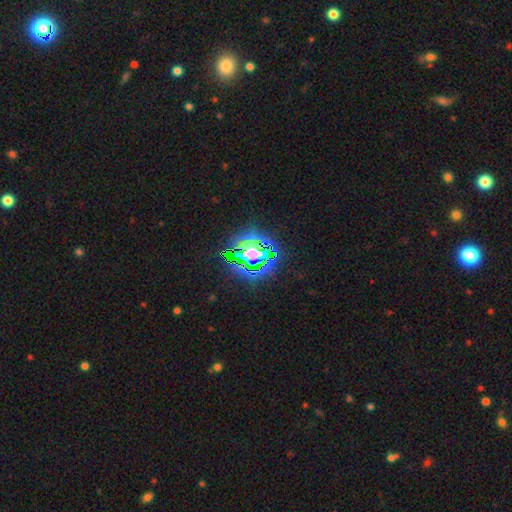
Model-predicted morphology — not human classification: Overall: star or artifact (68%).